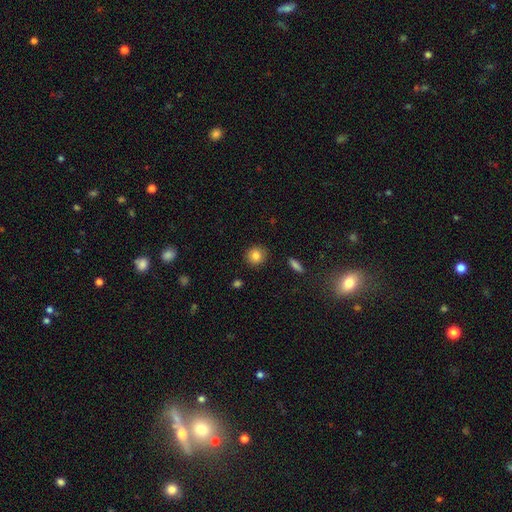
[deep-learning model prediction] Smooth or featured? Predicted: smooth (p=0.83). How rounded? Predicted: round (p=0.88). Merging? Predicted: none (p=0.90).